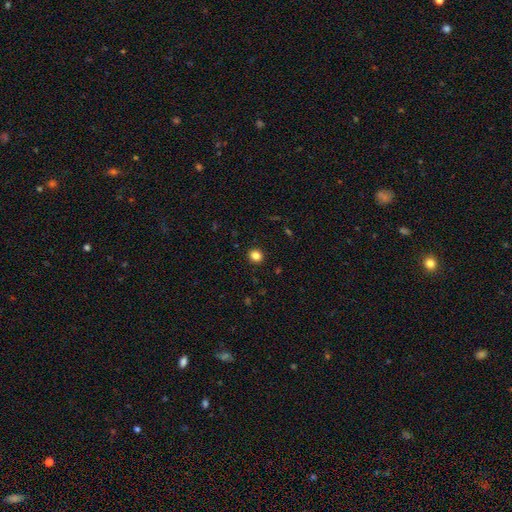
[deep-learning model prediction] A smooth galaxy with no disk features (84%) that is round (79%).

Vote fractions:
- Smooth or featured? smooth: 84% / star or artifact: 12% / featured or disk: 4%
- How rounded? round: 79% / in between: 20% / cigar-shaped: 1%
- Merging? none: 92% / minor disturbance: 5% / major disturbance: 2% / merger: 1%